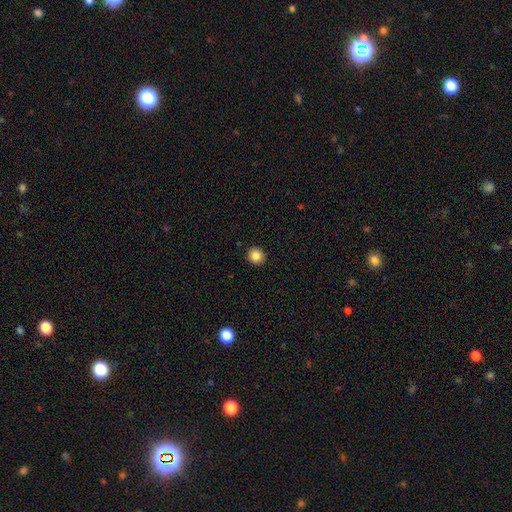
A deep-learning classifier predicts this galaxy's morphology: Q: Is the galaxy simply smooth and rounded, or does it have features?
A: smooth — 86%.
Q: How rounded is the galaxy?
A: round — 87%.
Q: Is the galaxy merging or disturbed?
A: none — 92%.